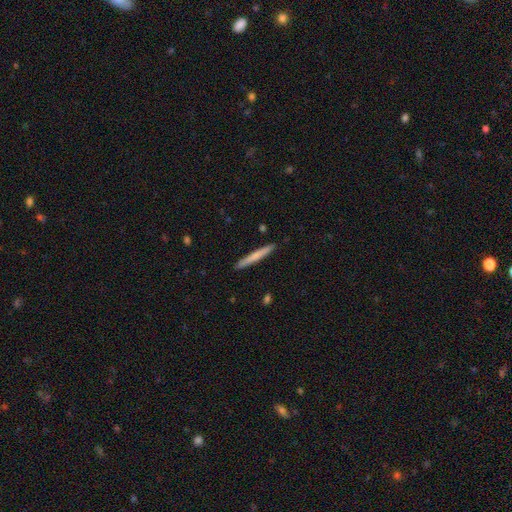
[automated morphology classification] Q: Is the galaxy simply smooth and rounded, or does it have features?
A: smooth — 65%.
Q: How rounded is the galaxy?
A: cigar-shaped — 97%.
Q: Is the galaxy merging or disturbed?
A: none — 92%.